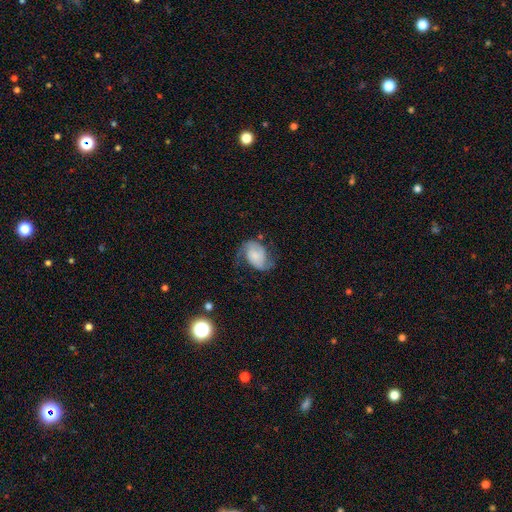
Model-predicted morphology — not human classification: featured or disk 71%, smooth 22%, star or artifact 8%. Down the decision tree: edge-on disk — no (97%); bar — no (65%); spiral arms — yes (94%); spiral arm count — 2 (89%); spiral winding — loose (44%); bulge size — small (31%); merging — none (55%).